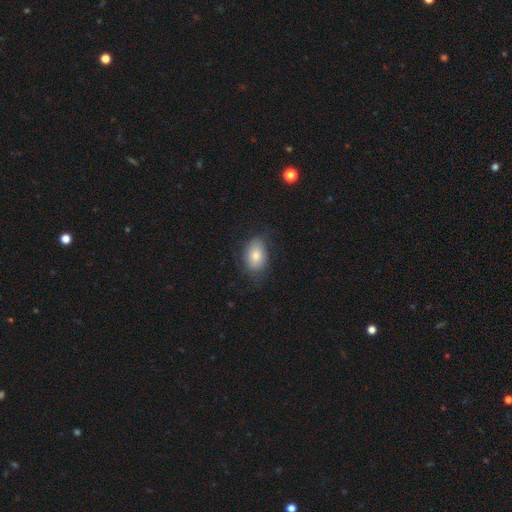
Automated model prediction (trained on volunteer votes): Morphology: type=smooth (77%); roundness=in between (83%); merging=none (70%).